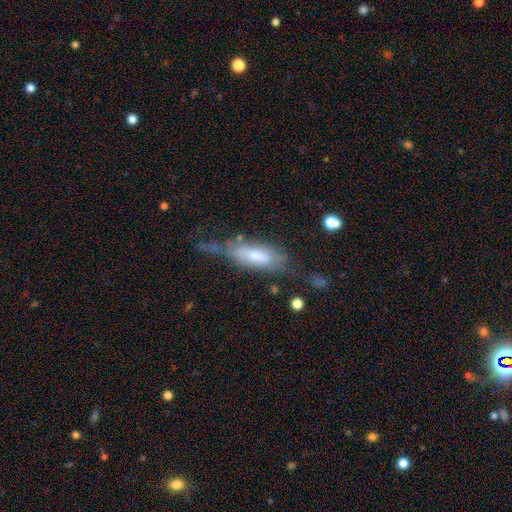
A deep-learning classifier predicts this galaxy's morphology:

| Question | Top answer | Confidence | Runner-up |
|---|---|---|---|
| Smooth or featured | smooth | 54% | featured or disk (39%) |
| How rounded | in between | 61% | cigar-shaped (37%) |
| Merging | none | 38% | minor disturbance (30%) |